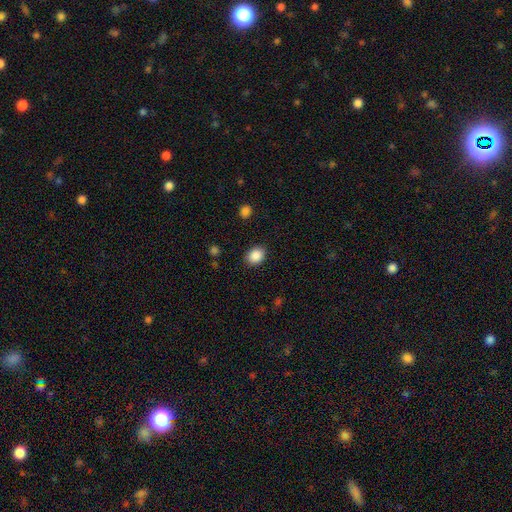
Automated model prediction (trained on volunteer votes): Q: Smooth or featured?
A: smooth (88%); runner-up: star or artifact (8%)
Q: How rounded?
A: round (51%); runner-up: in between (48%)
Q: Merging?
A: none (87%); runner-up: minor disturbance (9%)